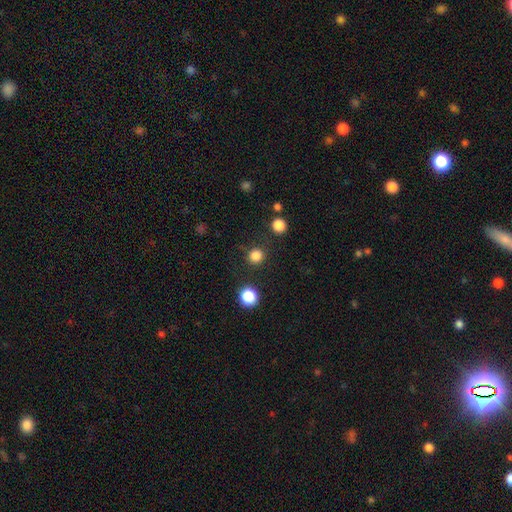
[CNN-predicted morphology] Smooth or featured?
  - smooth: 83% *
  - star or artifact: 14%
  - featured or disk: 3%
How rounded?
  - round: 92% *
  - in between: 7%
  - cigar-shaped: 1%
Merging?
  - none: 88% *
  - minor disturbance: 7%
  - major disturbance: 3%
  - merger: 3%